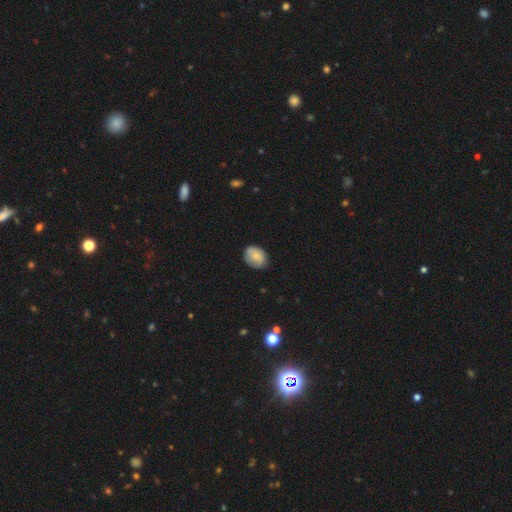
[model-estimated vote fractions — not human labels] This is likely a smooth galaxy (75%). How rounded: likely in between (61%). Merging: likely none (76%).